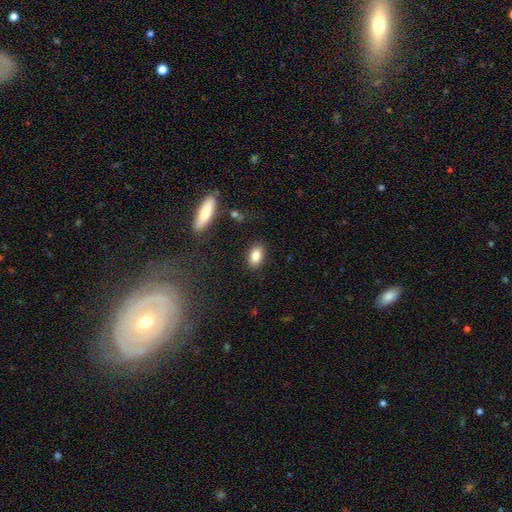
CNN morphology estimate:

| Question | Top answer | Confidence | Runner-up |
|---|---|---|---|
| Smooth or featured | smooth | 85% | star or artifact (8%) |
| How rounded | in between | 88% | round (9%) |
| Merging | none | 86% | minor disturbance (9%) |